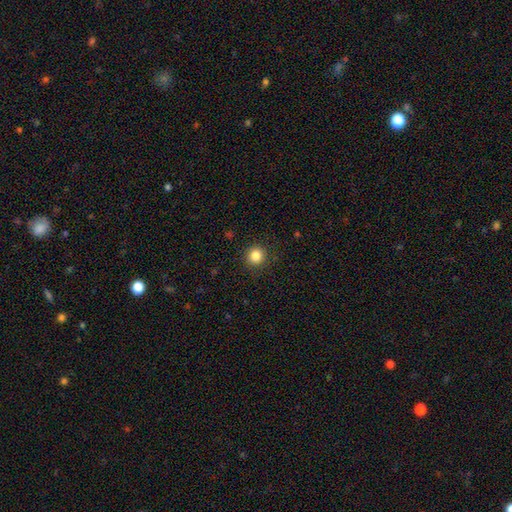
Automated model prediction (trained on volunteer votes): Smooth or featured?
  - smooth: 84% *
  - star or artifact: 12%
  - featured or disk: 5%
How rounded?
  - round: 93% *
  - in between: 6%
  - cigar-shaped: 1%
Merging?
  - none: 91% *
  - minor disturbance: 6%
  - major disturbance: 2%
  - merger: 1%